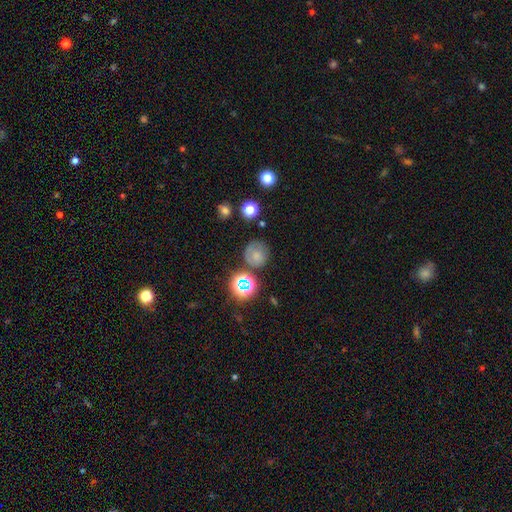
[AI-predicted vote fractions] A smooth galaxy with no disk features (63%) that is round (87%). Merging: none (67%).